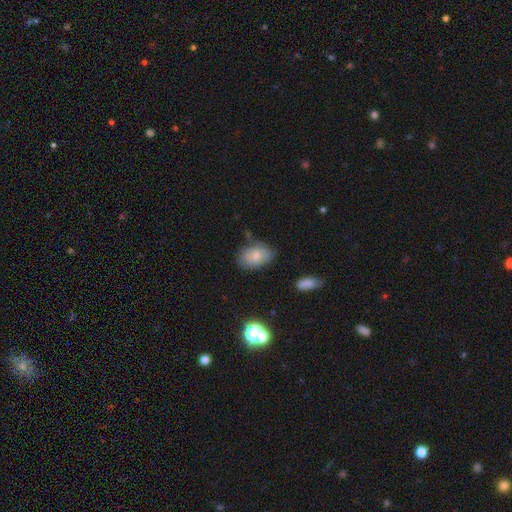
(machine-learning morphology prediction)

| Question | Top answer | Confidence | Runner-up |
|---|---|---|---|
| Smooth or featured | smooth | 69% | featured or disk (22%) |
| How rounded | in between | 87% | round (12%) |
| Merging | none | 67% | minor disturbance (24%) |